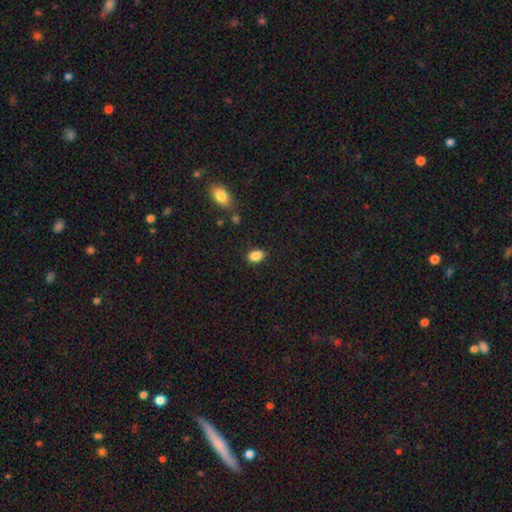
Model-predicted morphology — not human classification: smooth-or-featured: smooth: 87% | star or artifact: 9% | featured or disk: 4%
  how-rounded: in between: 83% | round: 16% | cigar-shaped: 1%
  merging: none: 85% | minor disturbance: 11% | major disturbance: 3% | merger: 2%